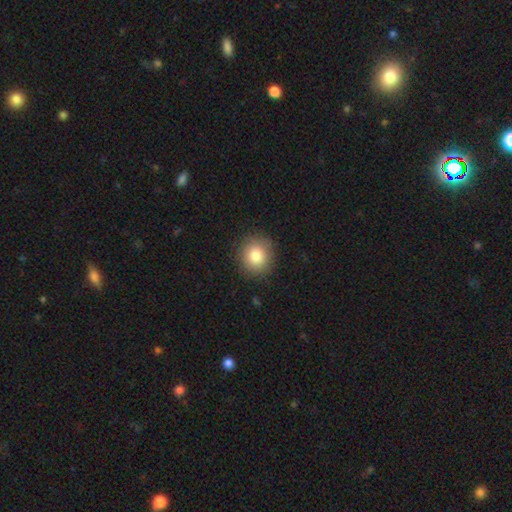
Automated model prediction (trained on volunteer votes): Morphology: type=smooth (83%); roundness=round (88%); merging=none (89%).